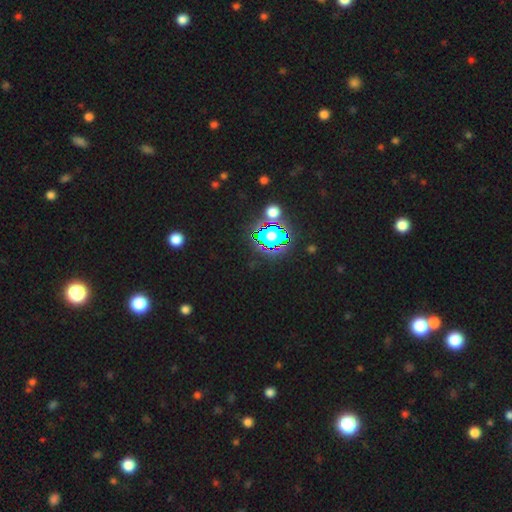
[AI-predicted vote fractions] A star or artifact, not a galaxy (80%).